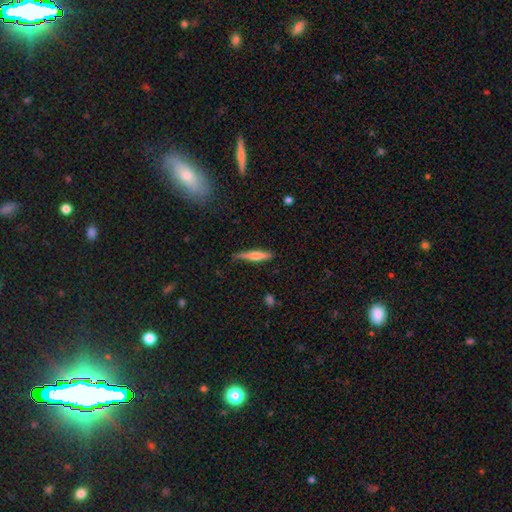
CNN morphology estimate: The model was most divided on "smooth or featured": smooth: 57%, featured or disk: 36%, star or artifact: 6%. More confident: how rounded — cigar-shaped (88%); merging — none (79%).